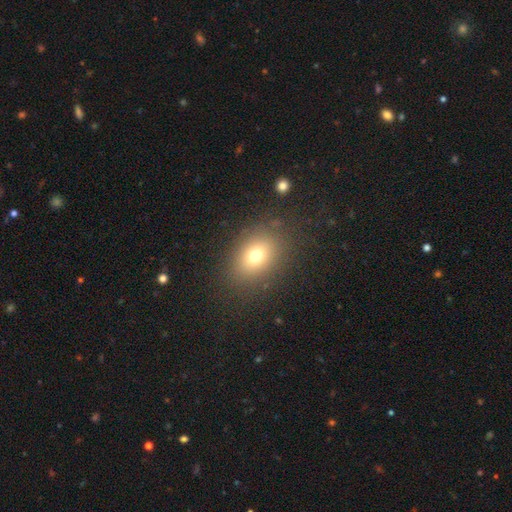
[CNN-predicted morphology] type=smooth (72%); roundness=in between (63%); merging=none (82%).